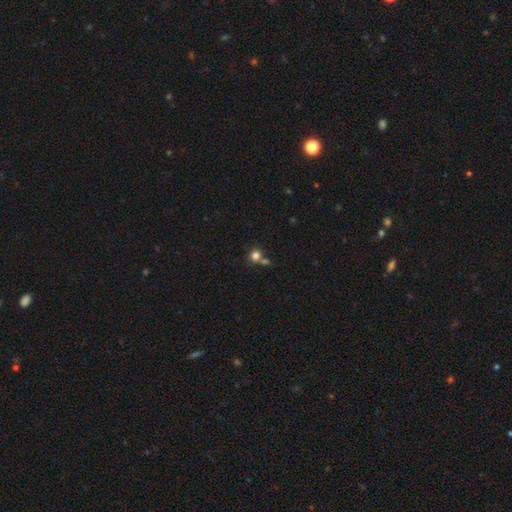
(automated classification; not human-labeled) This is likely a smooth galaxy (79%). How rounded: clearly round (83%). Merging: possibly none (56%).